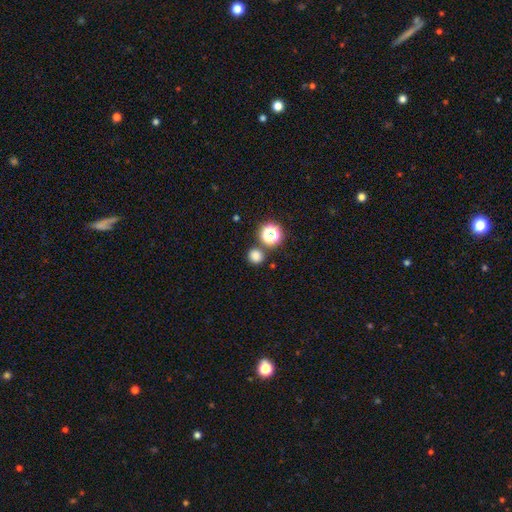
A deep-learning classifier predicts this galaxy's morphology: This is likely a smooth galaxy (77%). How rounded: clearly round (91%). Merging: clearly none (81%).